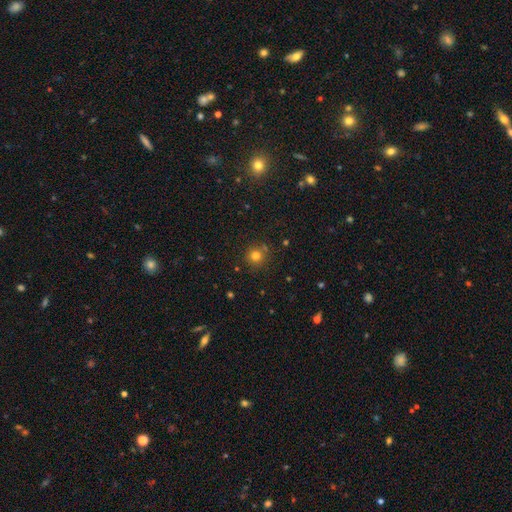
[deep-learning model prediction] A smooth galaxy with no disk features (76%) that is round (93%). Merging: none (82%).